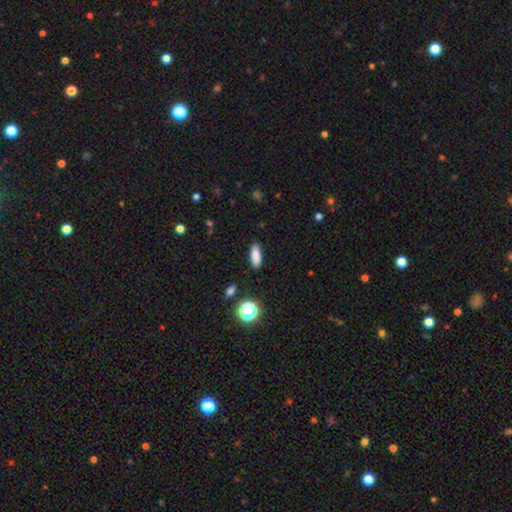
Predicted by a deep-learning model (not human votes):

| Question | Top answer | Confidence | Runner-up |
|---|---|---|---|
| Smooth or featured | smooth | 84% | star or artifact (9%) |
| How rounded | in between | 60% | cigar-shaped (37%) |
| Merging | none | 89% | minor disturbance (8%) |